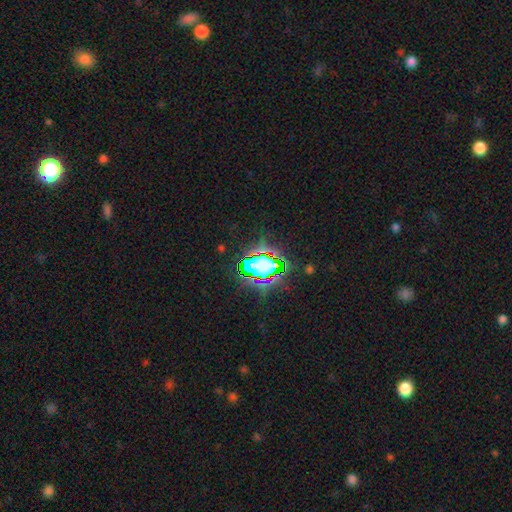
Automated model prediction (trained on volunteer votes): star or artifact 69%, smooth 18%, featured or disk 13%.